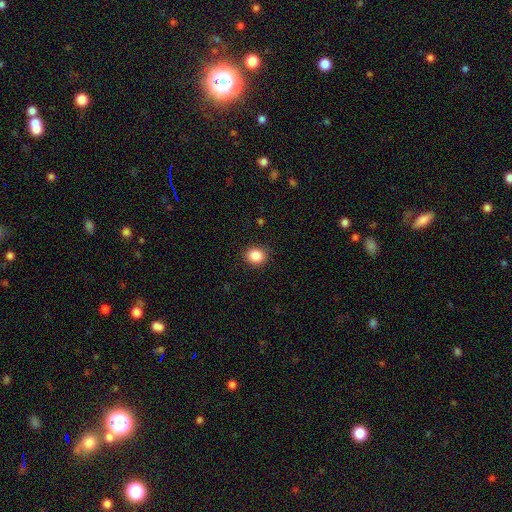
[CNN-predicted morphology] Overall: smooth (87%). How rounded: round (70%). Merging: none (89%).